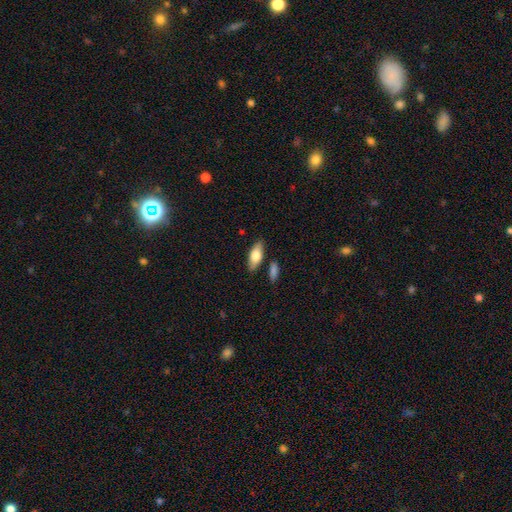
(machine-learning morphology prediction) A smooth galaxy with no disk features (73%) that is in between round and cigar-shaped (78%).

Vote fractions:
- Smooth or featured? smooth: 73% / featured or disk: 21% / star or artifact: 6%
- How rounded? in between: 78% / cigar-shaped: 19% / round: 3%
- Merging? none: 81% / minor disturbance: 11% / merger: 5% / major disturbance: 2%